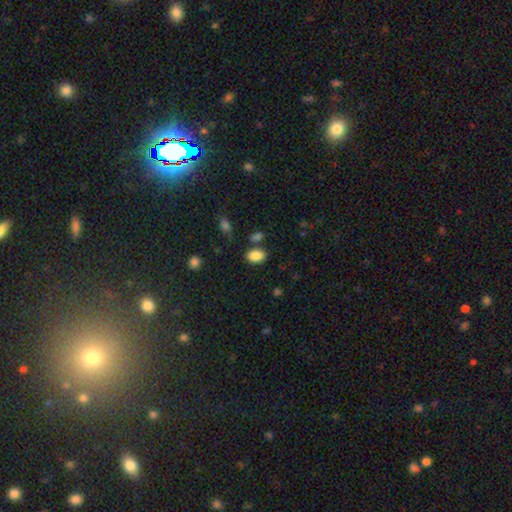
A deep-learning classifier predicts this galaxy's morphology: Q: Smooth or featured?
A: smooth (87%); runner-up: star or artifact (9%)
Q: How rounded?
A: in between (82%); runner-up: round (17%)
Q: Merging?
A: none (76%); runner-up: minor disturbance (12%)